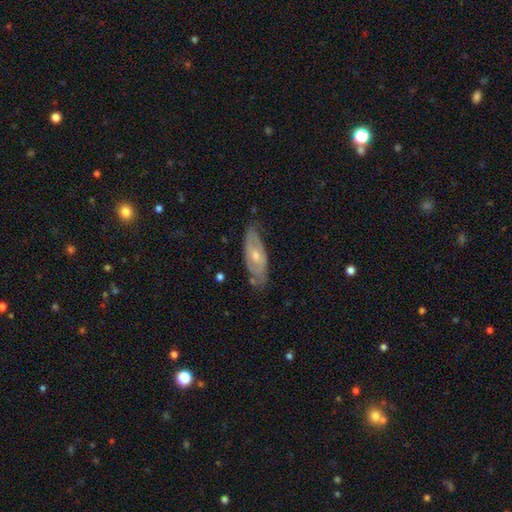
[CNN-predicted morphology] The model was most divided on "bulge size": moderate: 53%, small: 42%, large: 2%, none: 1%, dominant: 1%. More confident: edge-on disk — no (81%); merging — none (74%); spiral arms — yes (72%); smooth or featured — featured or disk (69%); bar — no (67%).